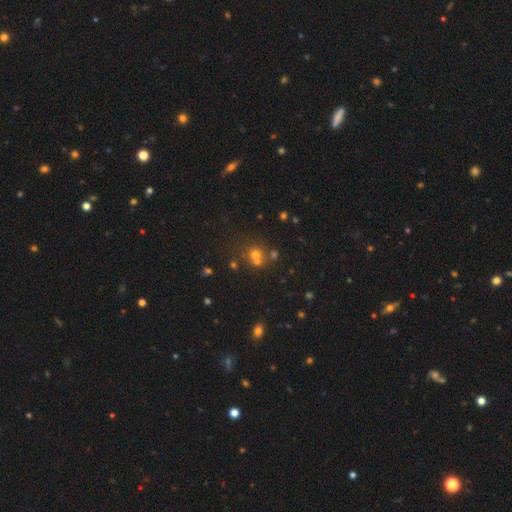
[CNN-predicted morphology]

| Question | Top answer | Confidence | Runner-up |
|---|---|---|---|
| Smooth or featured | smooth | 59% | star or artifact (26%) |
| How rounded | round | 83% | in between (16%) |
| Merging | none | 51% | merger (35%) |